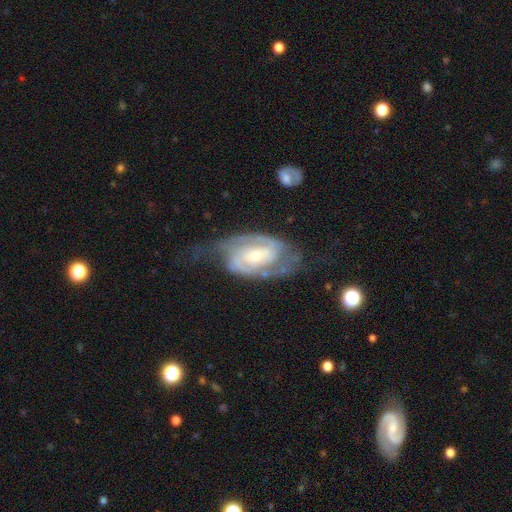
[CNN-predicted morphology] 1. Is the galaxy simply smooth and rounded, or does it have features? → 88% featured or disk, 7% smooth, 5% star or artifact.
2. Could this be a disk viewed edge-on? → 96% no, 4% yes.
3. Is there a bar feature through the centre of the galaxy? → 54% no, 33% weak, 13% strong.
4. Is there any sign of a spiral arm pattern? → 96% yes, 4% no.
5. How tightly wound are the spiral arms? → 51% tight, 38% medium, 11% loose.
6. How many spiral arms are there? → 73% 2, 13% can't tell, 7% 3, 3% 1, 2% 4, 2% more than 4.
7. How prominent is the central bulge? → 60% small, 36% moderate, 2% large, 1% none, 1% dominant.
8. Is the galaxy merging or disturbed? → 56% none, 23% minor disturbance, 19% major disturbance, 3% merger.